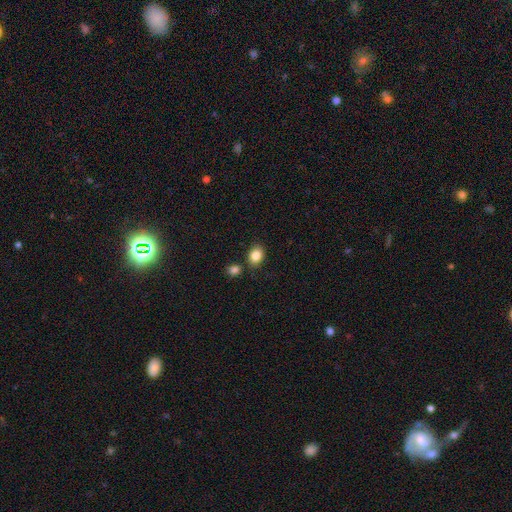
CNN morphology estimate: type=smooth (85%); roundness=in between (55%); merging=none (79%).